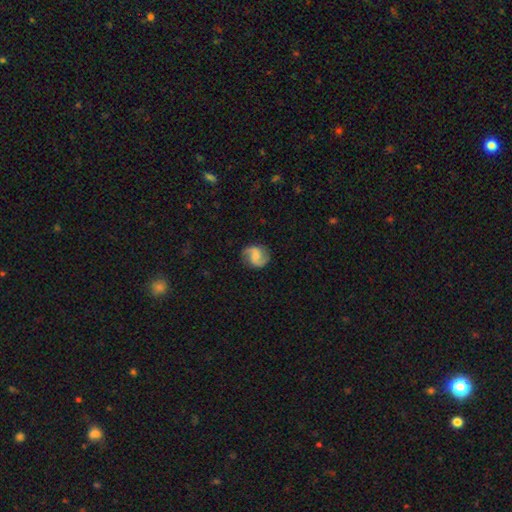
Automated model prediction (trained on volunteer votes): Smooth or featured: featured or disk — 78% (smooth — 16%)
Edge-on disk: no — 98% (yes — 2%)
Bar: weak — 45% (tied with no — 45%)
Spiral arms: yes — 96% (no — 4%)
Spiral winding: medium — 48% (loose — 37%)
Spiral arm count: 2 — 92% (can't tell — 3%)
Bulge size: small — 37% (moderate — 30%)
Merging: none — 83% (minor disturbance — 12%)